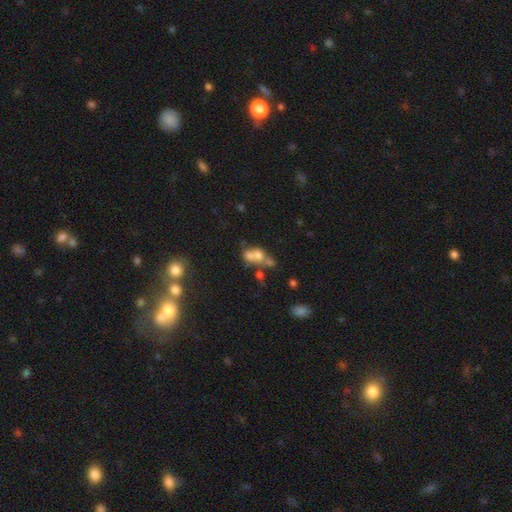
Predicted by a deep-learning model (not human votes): smooth 54%, featured or disk 30%, star or artifact 17%. Down the decision tree: how rounded — round (52%); merging — merger (60%).